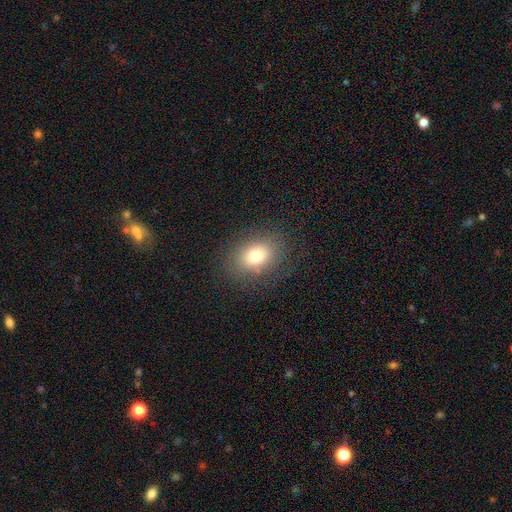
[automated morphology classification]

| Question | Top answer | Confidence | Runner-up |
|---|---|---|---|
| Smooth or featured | smooth | 76% | star or artifact (12%) |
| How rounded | in between | 67% | round (32%) |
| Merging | none | 83% | minor disturbance (11%) |